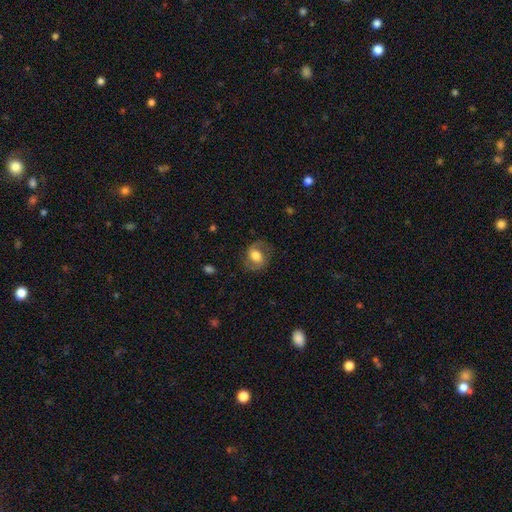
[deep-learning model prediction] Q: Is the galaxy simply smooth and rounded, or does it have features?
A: smooth — 52%.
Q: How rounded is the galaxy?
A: in between — 53%.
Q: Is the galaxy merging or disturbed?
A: none — 70%.